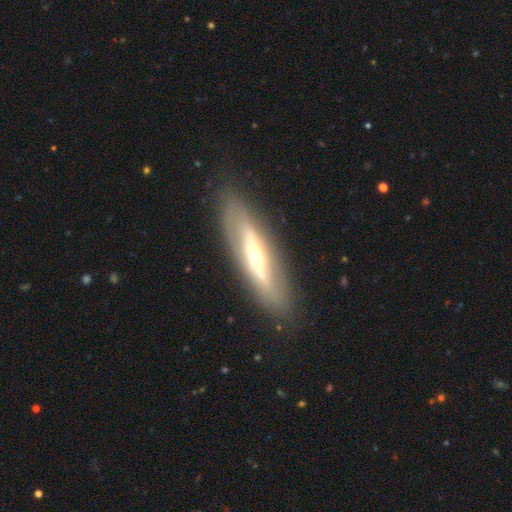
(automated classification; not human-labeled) Smooth or featured? featured or disk (66%)
Edge-on disk? no (50%, tied with yes)
Merging? none (82%)